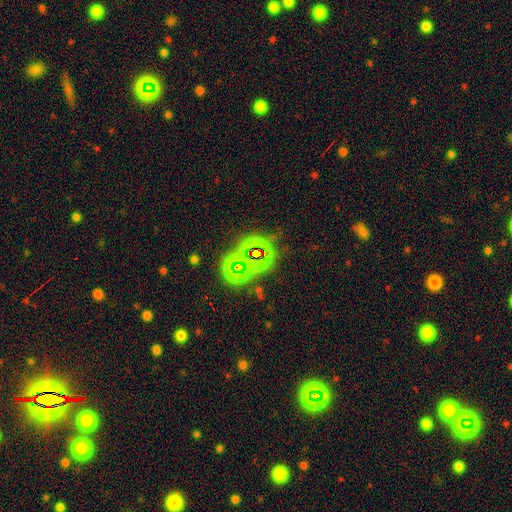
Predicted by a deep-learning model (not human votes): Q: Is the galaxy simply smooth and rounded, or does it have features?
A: star or artifact — 46%.